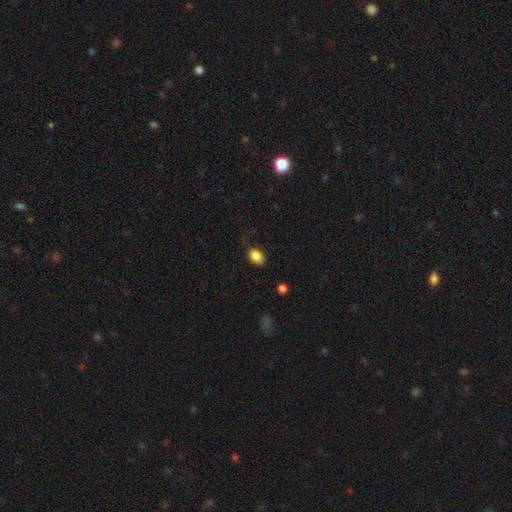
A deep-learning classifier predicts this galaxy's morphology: smooth 85%, star or artifact 9%, featured or disk 6%. Down the decision tree: how rounded — in between (78%); merging — none (72%).